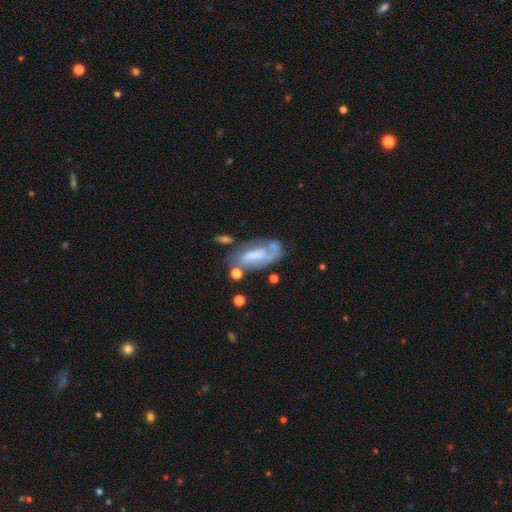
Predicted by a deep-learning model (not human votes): Overall: featured or disk (53%; smooth 39%). Edge-on disk: no (89%). Merging: none (44%; minor disturbance 24%).